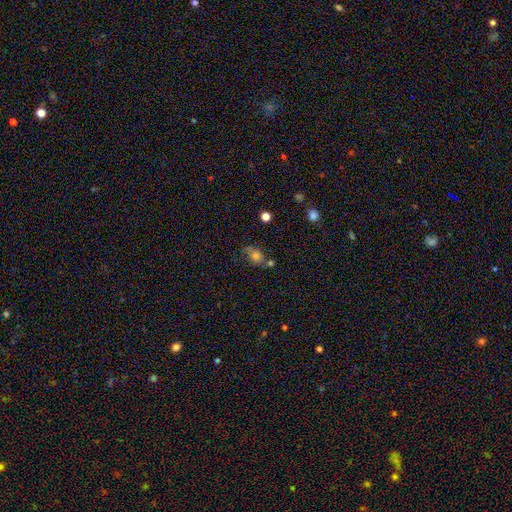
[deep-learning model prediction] Smooth or featured?
  - smooth: 64% *
  - featured or disk: 23%
  - star or artifact: 13%
How rounded?
  - in between: 69% *
  - round: 29%
  - cigar-shaped: 2%
Merging?
  - none: 45% *
  - minor disturbance: 27%
  - major disturbance: 15%
  - merger: 13%